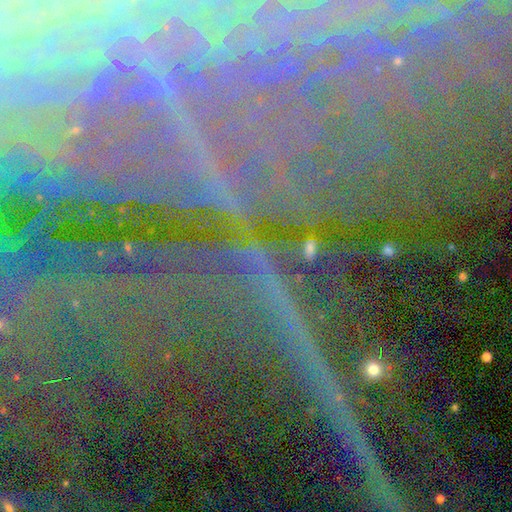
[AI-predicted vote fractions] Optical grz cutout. It shows a star or artifact, not a galaxy (77%).